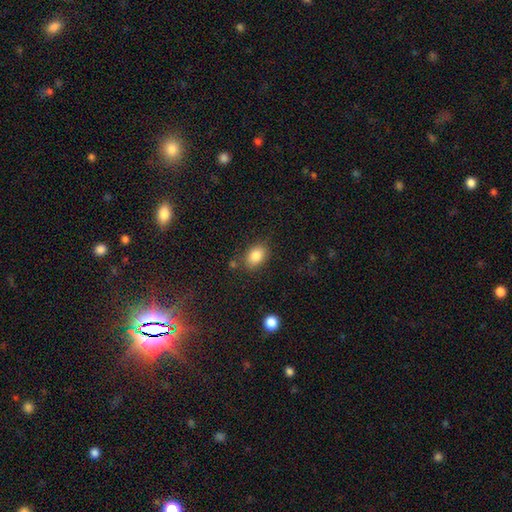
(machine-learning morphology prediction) This appears to be a smooth galaxy with no disk features (84%) that is in between round and cigar-shaped (79%). Merging: none (80%).